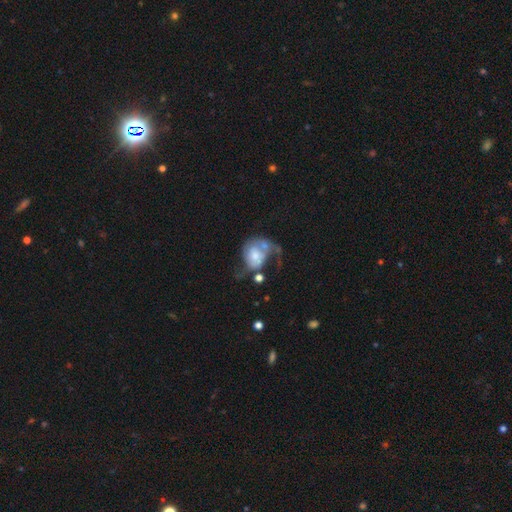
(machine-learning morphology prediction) Smooth or featured? featured or disk (58%)
Edge-on disk? no (97%)
Bar? no (74%)
Spiral arms? yes (71%)
Bulge size? moderate (40%)
Merging? major disturbance (44%)